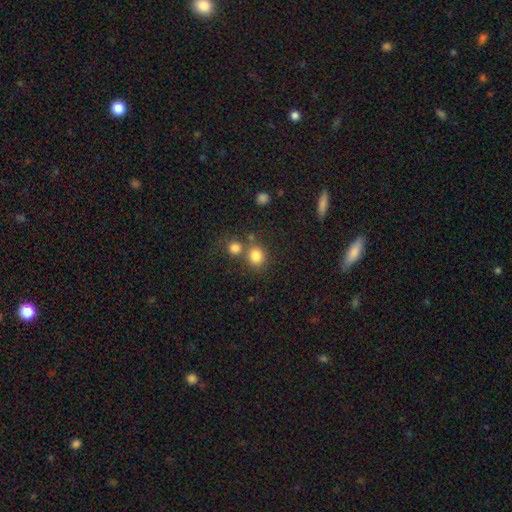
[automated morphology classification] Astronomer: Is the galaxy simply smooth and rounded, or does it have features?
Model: smooth — 81%.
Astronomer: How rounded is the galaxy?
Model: round — 80%.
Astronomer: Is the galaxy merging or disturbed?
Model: none — 60%.